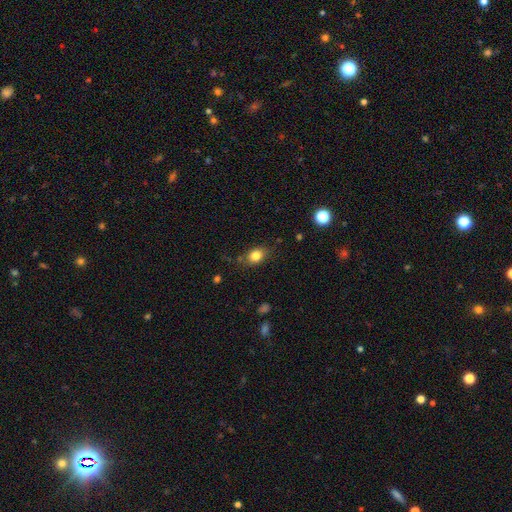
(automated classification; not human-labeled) The model was most divided on "how rounded": in between: 65%, round: 34%, cigar-shaped: 2%. More confident: smooth or featured — smooth (82%); merging — none (75%).